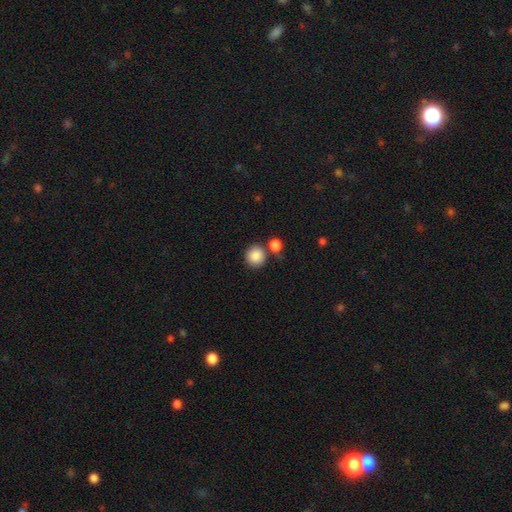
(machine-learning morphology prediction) This appears to be a smooth galaxy with no disk features (87%) that is round (92%). Merging: none (72%).